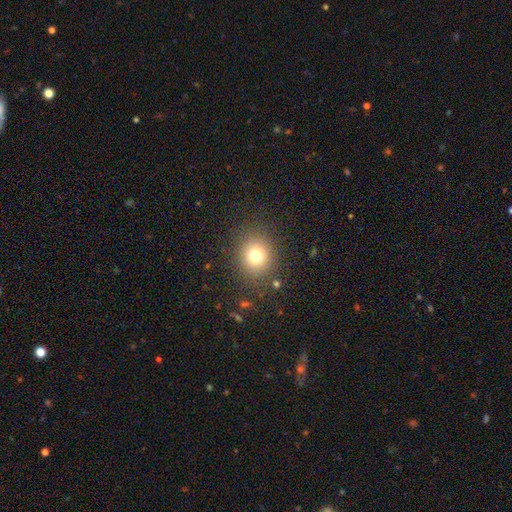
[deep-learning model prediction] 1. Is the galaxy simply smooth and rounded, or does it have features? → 77% smooth, 14% star or artifact, 9% featured or disk.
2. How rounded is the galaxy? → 79% round, 20% in between, 1% cigar-shaped.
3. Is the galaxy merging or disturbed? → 86% none, 9% minor disturbance, 4% major disturbance, 2% merger.